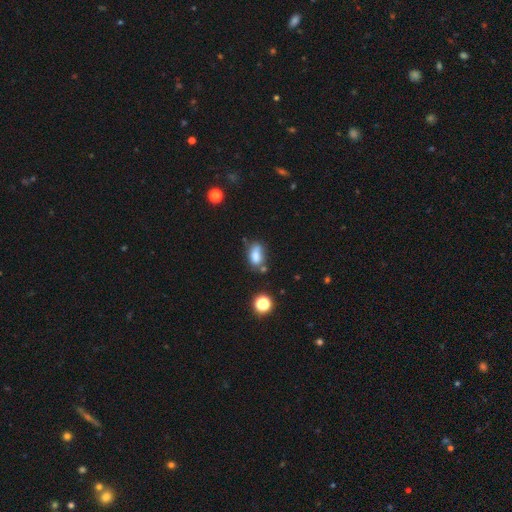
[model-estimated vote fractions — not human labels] smooth 77%, star or artifact 12%, featured or disk 12%. Down the decision tree: how rounded — in between (83%); merging — none (48%).